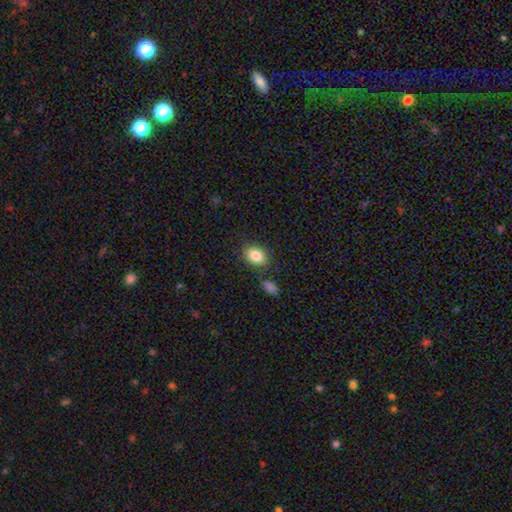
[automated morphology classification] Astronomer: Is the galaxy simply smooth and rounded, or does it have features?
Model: smooth — 85%.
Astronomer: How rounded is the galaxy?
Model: in between — 71%.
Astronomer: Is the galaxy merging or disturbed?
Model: none — 77%.